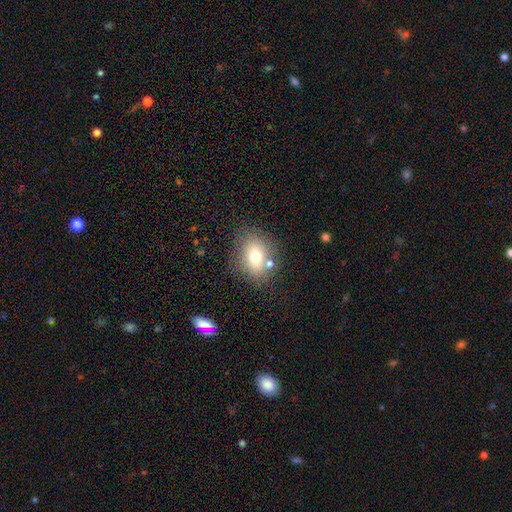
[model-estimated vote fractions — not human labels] Smooth or featured?
  - smooth: 69% *
  - featured or disk: 17%
  - star or artifact: 14%
How rounded?
  - in between: 65% *
  - round: 32%
  - cigar-shaped: 2%
Merging?
  - none: 74% *
  - minor disturbance: 13%
  - merger: 9%
  - major disturbance: 4%